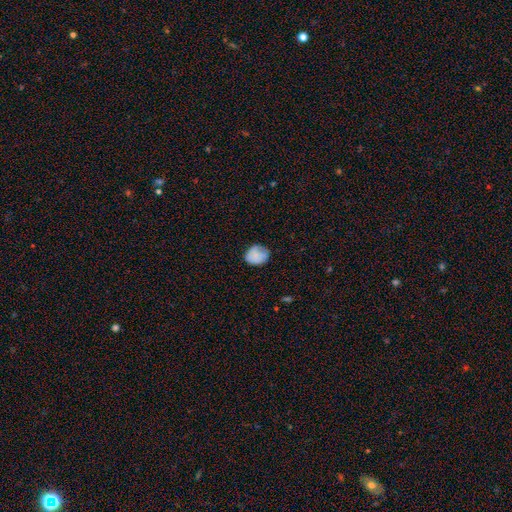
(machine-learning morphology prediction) smooth_or_featured: smooth (p=0.79) [alt: featured or disk p=0.12]
how_rounded: round (p=0.65) [alt: in between p=0.34]
merging: none (p=0.69) [alt: minor disturbance p=0.24]